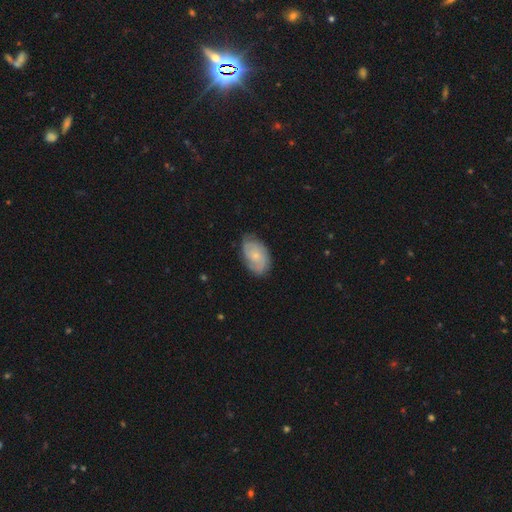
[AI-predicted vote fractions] The model was most divided on "spiral arm count": 2: 40%, can't tell: 33%, 3: 15%, 1: 4%, 4: 4%, more than 4: 3%. More confident: edge-on disk — no (96%); spiral arms — yes (88%); bar — no (78%); merging — none (73%); bulge size — small (69%); smooth or featured — featured or disk (59%); spiral winding — tight (55%).